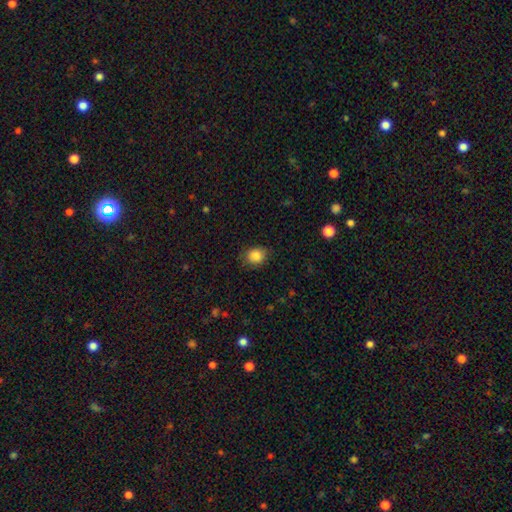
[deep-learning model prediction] smooth_or_featured: smooth (p=0.86) [alt: star or artifact p=0.09]
how_rounded: round (p=0.69) [alt: in between p=0.30]
merging: none (p=0.79) [alt: minor disturbance p=0.16]